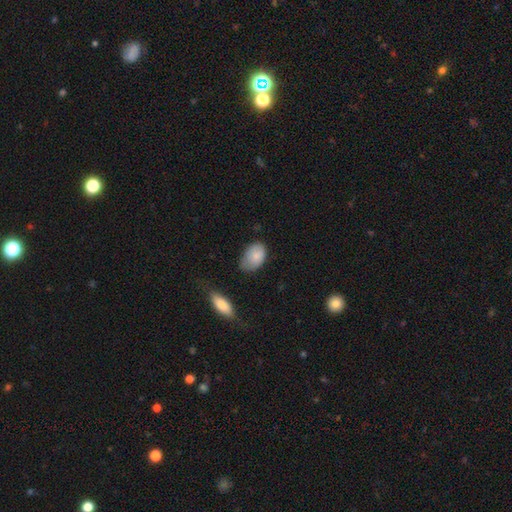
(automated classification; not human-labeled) smooth-or-featured: smooth: 82% | featured or disk: 11% | star or artifact: 7%
  how-rounded: in between: 90% | round: 9% | cigar-shaped: 1%
  merging: none: 55% | minor disturbance: 35% | major disturbance: 8% | merger: 3%